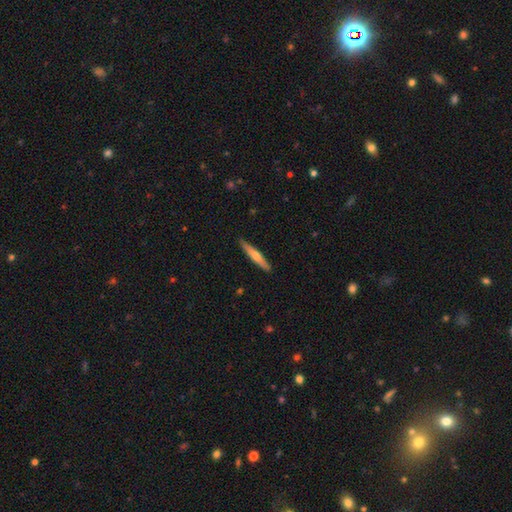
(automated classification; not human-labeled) The model was most divided on "smooth or featured": smooth: 53%, featured or disk: 41%, star or artifact: 5%. More confident: how rounded — cigar-shaped (93%); merging — none (89%).